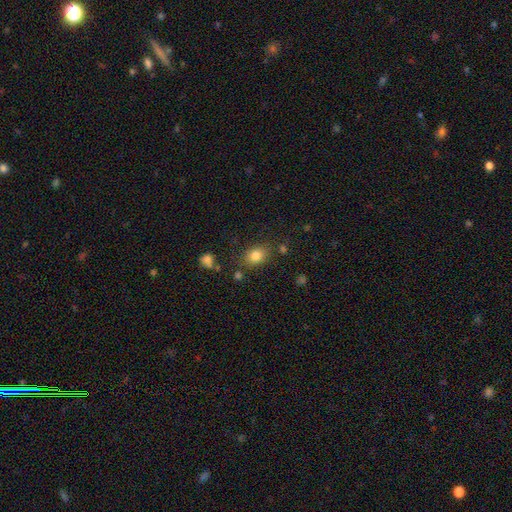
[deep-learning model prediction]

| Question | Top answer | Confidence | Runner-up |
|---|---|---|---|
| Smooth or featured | smooth | 82% | star or artifact (11%) |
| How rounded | in between | 65% | round (34%) |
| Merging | none | 78% | minor disturbance (14%) |